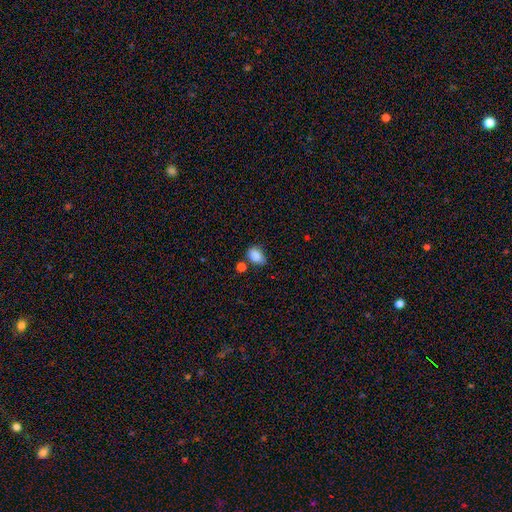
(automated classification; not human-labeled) Smooth or featured? Predicted: smooth (p=0.85). How rounded? Predicted: in between (p=0.76). Merging? Predicted: none (p=0.61).